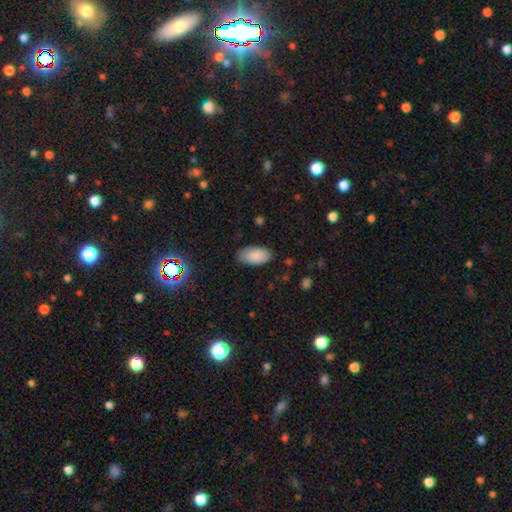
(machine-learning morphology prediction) The model was most divided on "merging": none: 83%, minor disturbance: 13%, major disturbance: 3%, merger: 1%. More confident: how rounded — in between (95%); smooth or featured — smooth (88%).